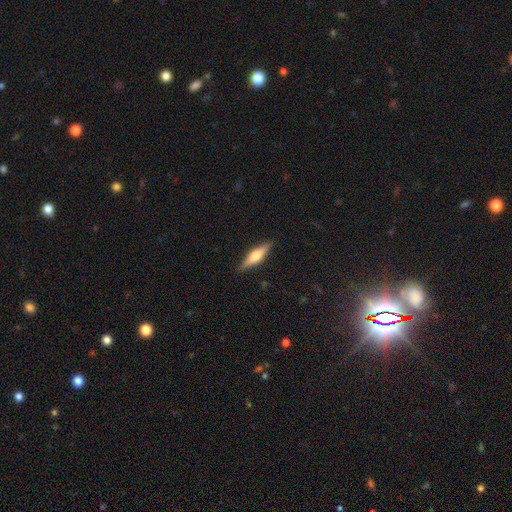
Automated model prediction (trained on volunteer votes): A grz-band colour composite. It shows a featured or disk galaxy (47%, tied with smooth). Merging: none (89%).